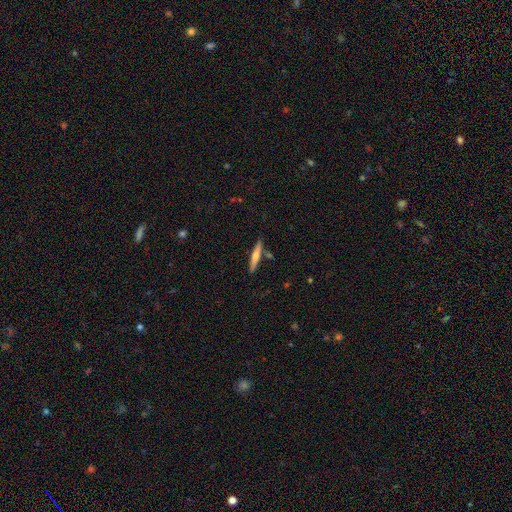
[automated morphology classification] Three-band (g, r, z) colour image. It shows a featured or disk galaxy (48%). Merging: none (84%).